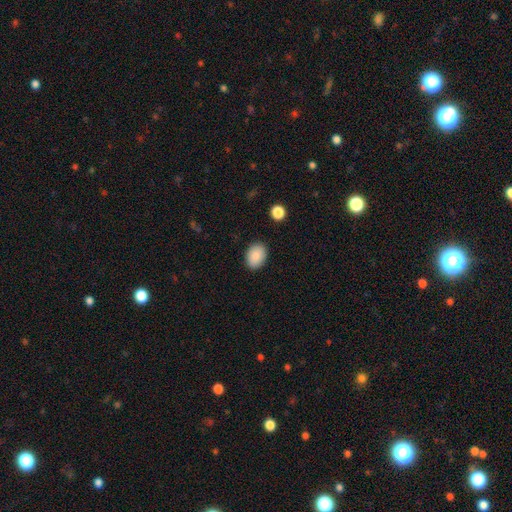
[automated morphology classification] Smooth or featured?
  - smooth: 88% *
  - star or artifact: 7%
  - featured or disk: 4%
How rounded?
  - in between: 76% *
  - round: 23%
  - cigar-shaped: 1%
Merging?
  - none: 87% *
  - minor disturbance: 9%
  - major disturbance: 2%
  - merger: 1%